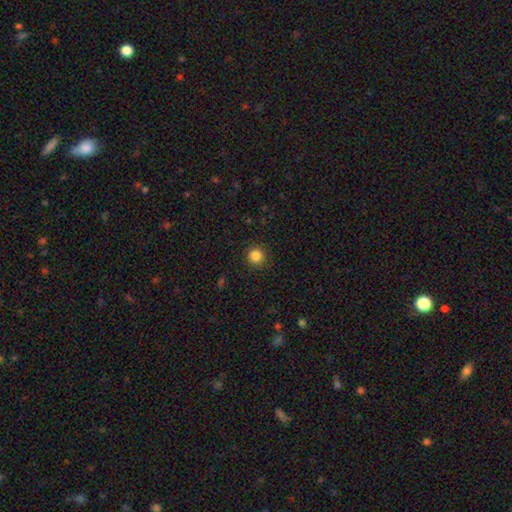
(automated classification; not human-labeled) The model was most divided on "smooth or featured": smooth: 85%, star or artifact: 11%, featured or disk: 4%. More confident: how rounded — round (95%); merging — none (91%).